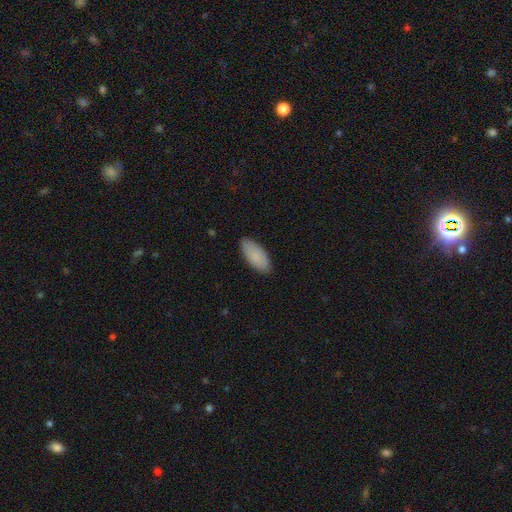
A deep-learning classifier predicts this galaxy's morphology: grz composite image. It shows a smooth galaxy with no disk features (88%) that is in between round and cigar-shaped (89%). Merging: none (87%).